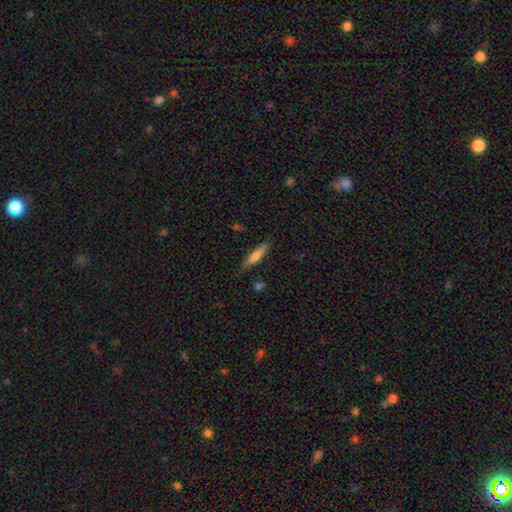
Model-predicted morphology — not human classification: Smooth or featured: smooth — 60% (featured or disk — 33%)
How rounded: cigar-shaped — 85% (in between — 13%)
Merging: none — 82% (minor disturbance — 14%)